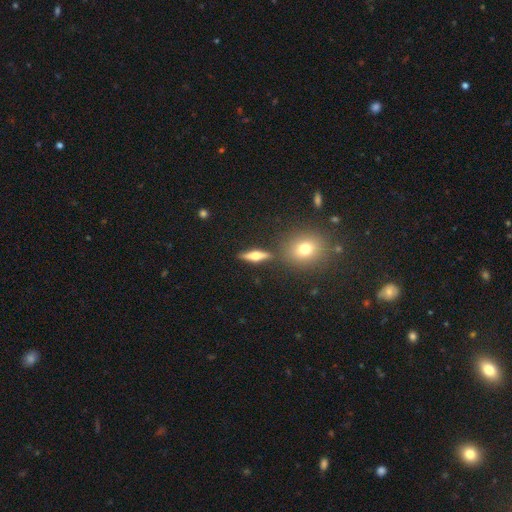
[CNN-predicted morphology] A featured or disk galaxy (54%) viewed edge-on (91%). Merging: none (83%).